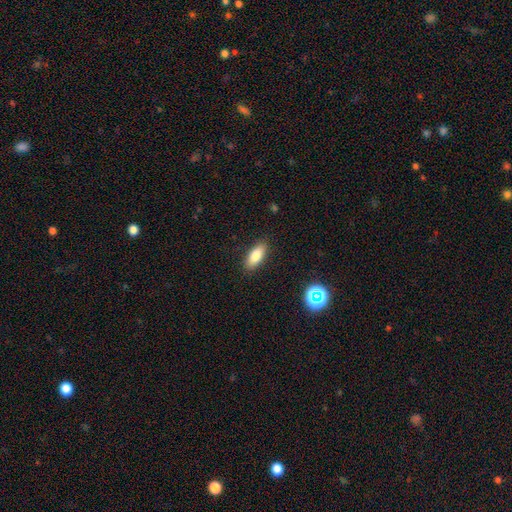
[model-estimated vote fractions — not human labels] This appears to be a smooth galaxy with no disk features (81%) that is in between round and cigar-shaped (79%). Merging: none (88%).